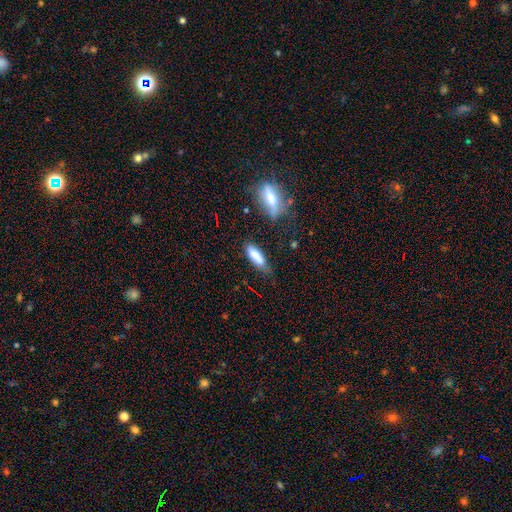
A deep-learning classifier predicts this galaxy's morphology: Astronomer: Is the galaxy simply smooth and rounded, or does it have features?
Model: smooth — 81%.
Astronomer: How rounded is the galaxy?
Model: in between — 56% (runner-up: cigar-shaped, 42%).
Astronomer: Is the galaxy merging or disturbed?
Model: none — 57%.